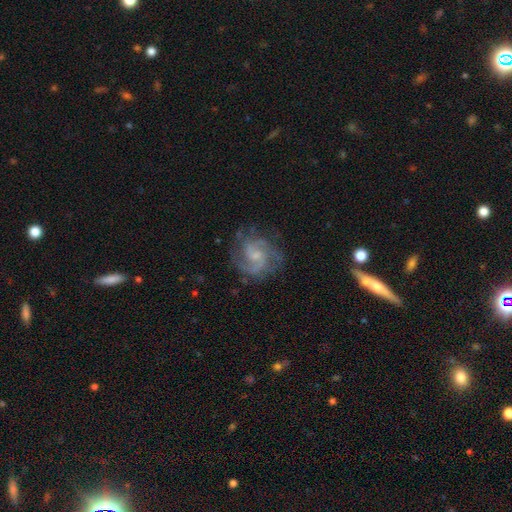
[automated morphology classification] Smooth or featured? featured or disk (87%)
Edge-on disk? no (98%)
Bar? no (48%)
Spiral arms? yes (97%)
Spiral winding? medium (54%)
Spiral arm count? 2 (65%)
Bulge size? small (56%)
Merging? none (74%)